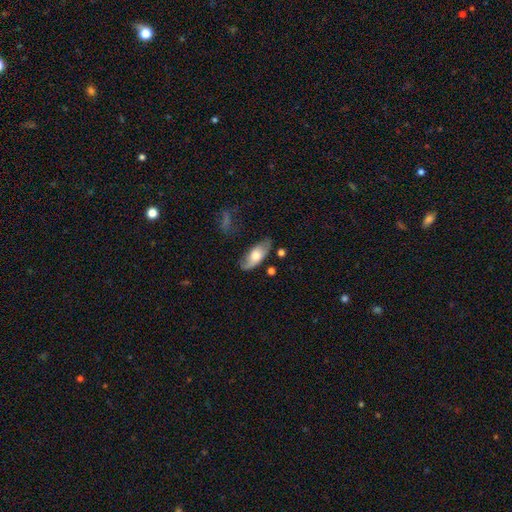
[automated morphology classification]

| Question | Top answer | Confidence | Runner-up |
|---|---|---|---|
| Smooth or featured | smooth | 56% | featured or disk (38%) |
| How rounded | in between | 84% | cigar-shaped (13%) |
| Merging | none | 67% | minor disturbance (23%) |